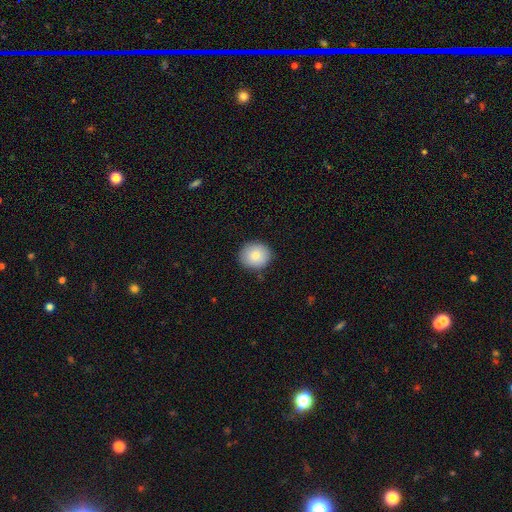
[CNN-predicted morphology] smooth-or-featured: smooth: 81% | featured or disk: 11% | star or artifact: 8%
  how-rounded: round: 80% | in between: 19% | cigar-shaped: 1%
  merging: none: 86% | minor disturbance: 10% | major disturbance: 2% | merger: 1%